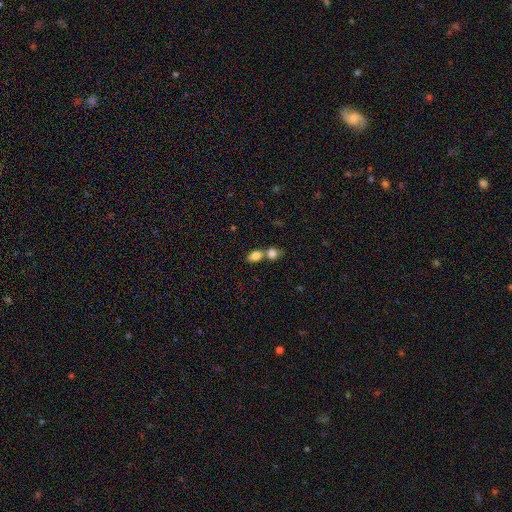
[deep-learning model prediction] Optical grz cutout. It shows a smooth galaxy with no disk features (83%) that is in between round and cigar-shaped (78%). Merging: merger (54%).